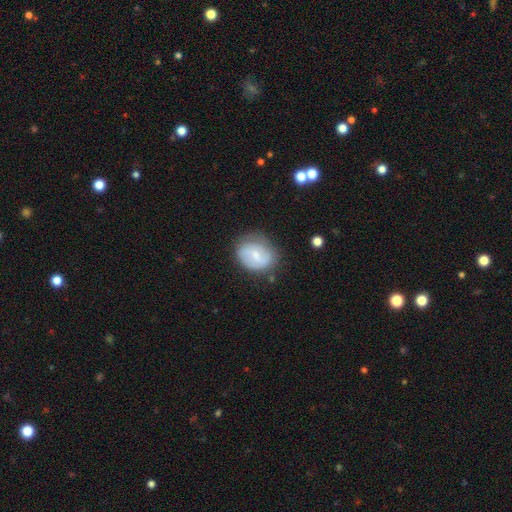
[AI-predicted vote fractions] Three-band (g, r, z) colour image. It shows a smooth galaxy with no disk features (56%) that is round (51%). Merging: none (64%).